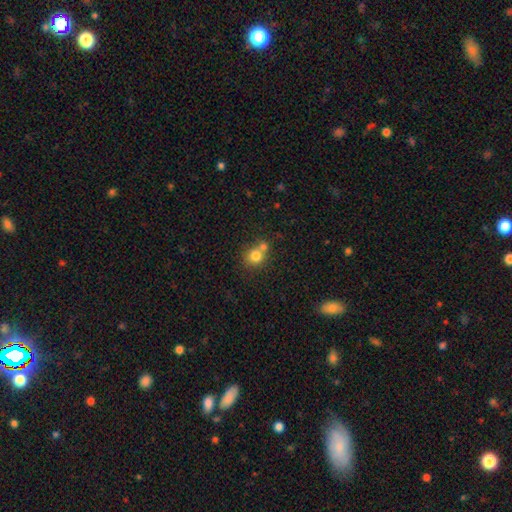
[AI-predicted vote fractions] Smooth or featured?
  - smooth: 79% *
  - star or artifact: 11%
  - featured or disk: 10%
How rounded?
  - round: 86% *
  - in between: 13%
  - cigar-shaped: 1%
Merging?
  - none: 50% *
  - merger: 39%
  - minor disturbance: 8%
  - major disturbance: 3%